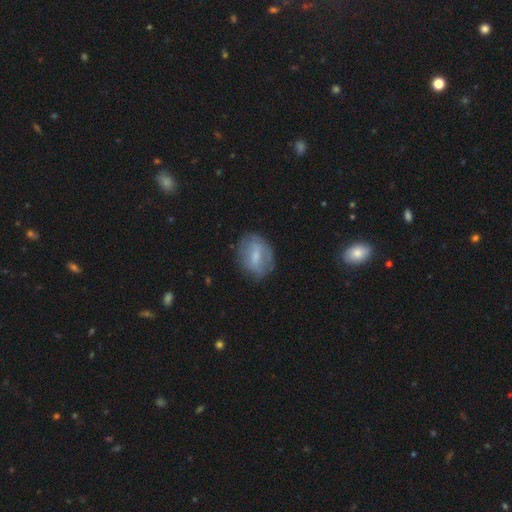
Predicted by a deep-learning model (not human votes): smooth-or-featured: smooth: 55% | featured or disk: 37% | star or artifact: 8%
  how-rounded: in between: 65% | round: 33% | cigar-shaped: 2%
  merging: none: 71% | minor disturbance: 20% | major disturbance: 7% | merger: 1%